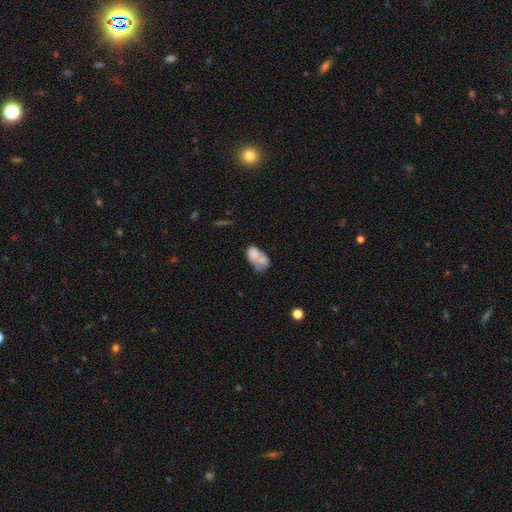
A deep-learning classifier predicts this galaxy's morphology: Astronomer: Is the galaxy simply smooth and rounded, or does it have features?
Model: smooth — 63%.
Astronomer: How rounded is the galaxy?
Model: in between — 88%.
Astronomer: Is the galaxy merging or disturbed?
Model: merger — 44% (runner-up: none, 23%).